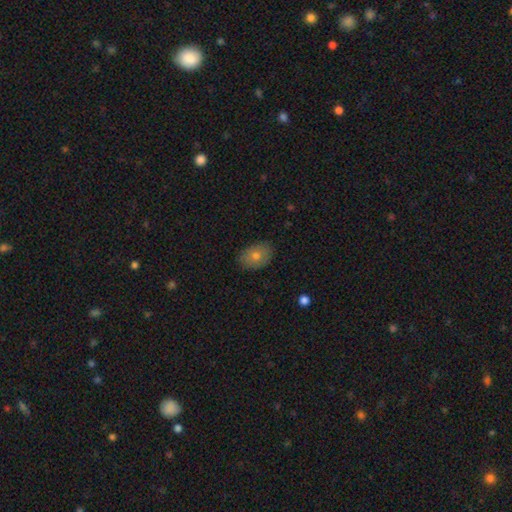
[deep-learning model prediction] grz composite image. It shows a smooth galaxy with no disk features (74%) that is in between round and cigar-shaped (81%). Merging: none (85%).